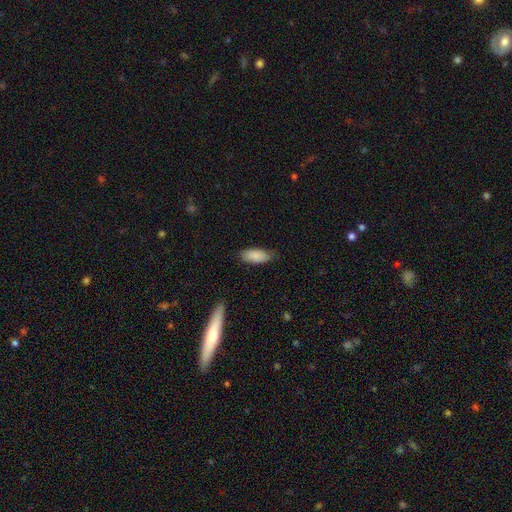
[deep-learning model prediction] Morphology: type=smooth (86%); roundness=in between (87%); merging=none (77%).